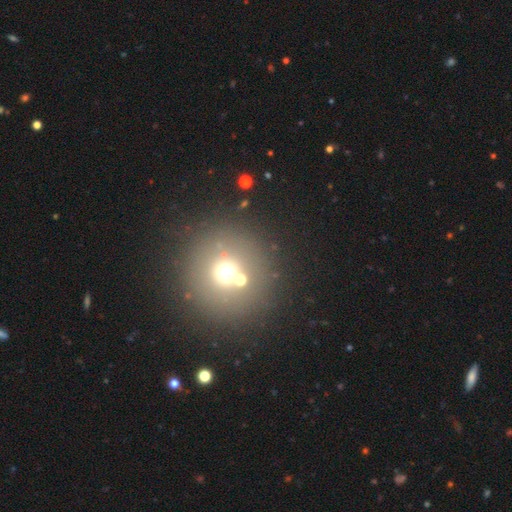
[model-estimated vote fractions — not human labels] A smooth galaxy with no disk features (46%). Merging: none (76%).